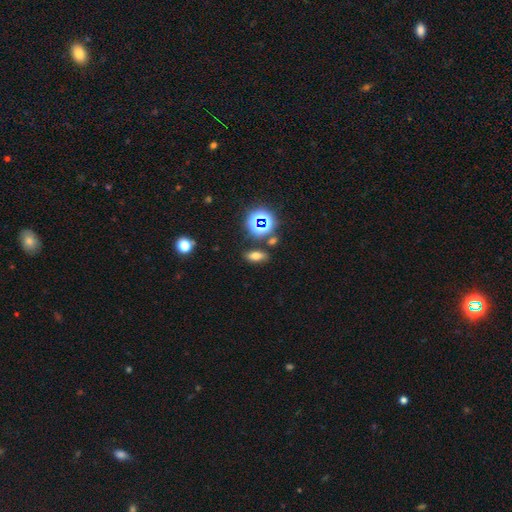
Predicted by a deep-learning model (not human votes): A smooth galaxy with no disk features (61%) that is in between round and cigar-shaped (71%).

Vote fractions:
- Smooth or featured? smooth: 61% / star or artifact: 25% / featured or disk: 13%
- How rounded? in between: 71% / cigar-shaped: 15% / round: 13%
- Merging? none: 81% / minor disturbance: 10% / merger: 6% / major disturbance: 3%